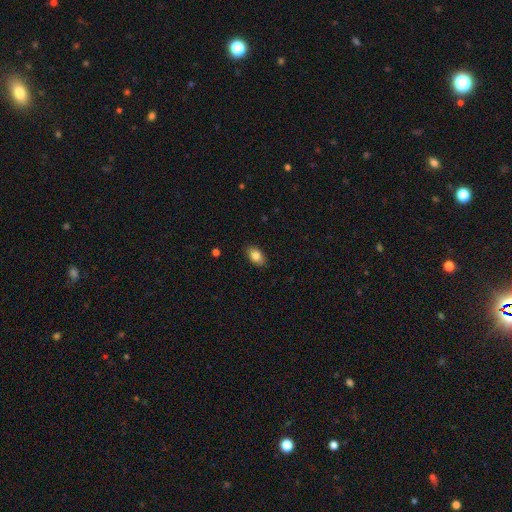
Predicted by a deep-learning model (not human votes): Smooth or featured? Predicted: smooth (p=0.83). How rounded? Predicted: in between (p=0.89). Merging? Predicted: none (p=0.87).